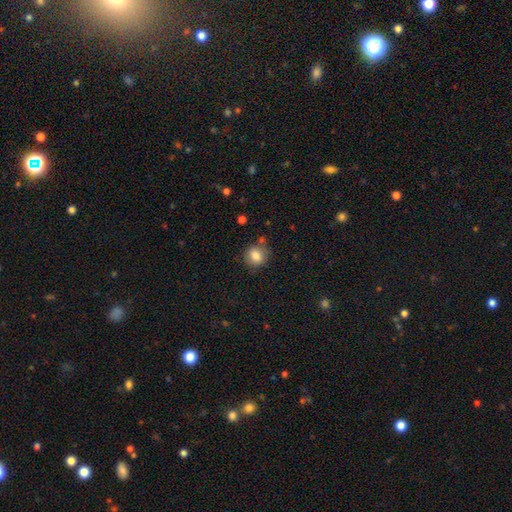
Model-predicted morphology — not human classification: smooth_or_featured: smooth (p=0.82) [alt: star or artifact p=0.10]
how_rounded: round (p=0.75) [alt: in between p=0.24]
merging: none (p=0.77) [alt: minor disturbance p=0.14]